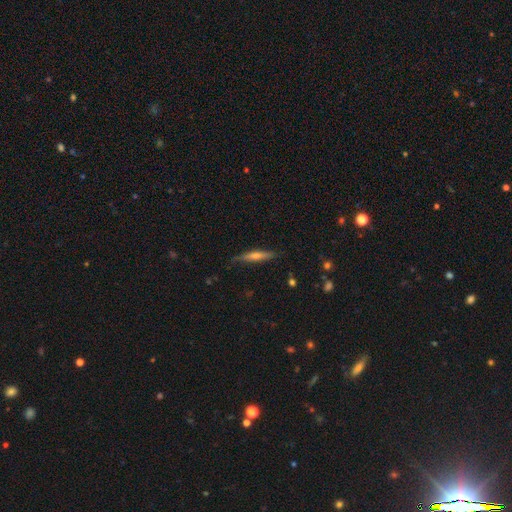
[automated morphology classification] featured or disk 52%, smooth 41%, star or artifact 7%. Down the decision tree: edge-on disk — yes (94%); merging — none (81%).